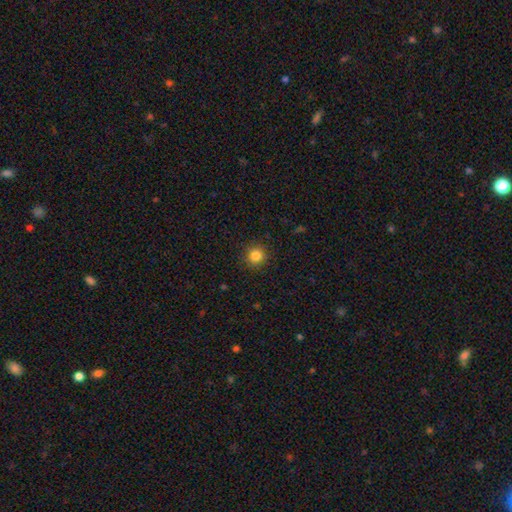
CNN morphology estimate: The model was most divided on "smooth or featured": smooth: 83%, star or artifact: 12%, featured or disk: 5%. More confident: how rounded — round (93%); merging — none (91%).